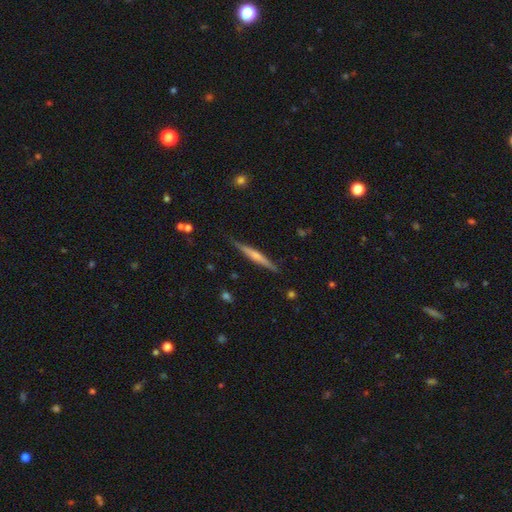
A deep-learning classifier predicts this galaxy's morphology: Q: Smooth or featured?
A: featured or disk (58%); runner-up: smooth (36%)
Q: Edge-on disk?
A: yes (97%); runner-up: no (3%)
Q: Edge-on bulge?
A: rounded (51%); runner-up: none (36%)
Q: Merging?
A: none (86%); runner-up: minor disturbance (11%)